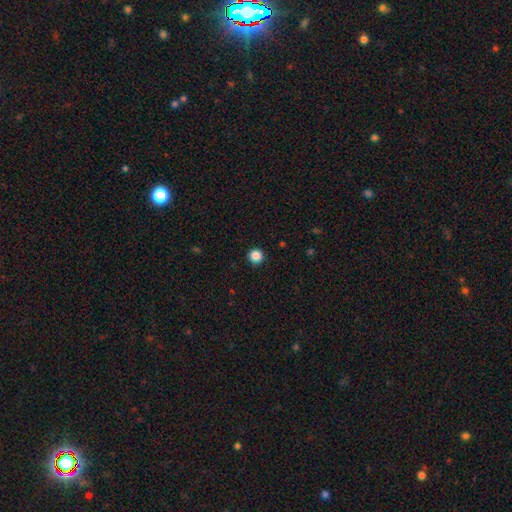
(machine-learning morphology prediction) smooth_or_featured: smooth (p=0.86) [alt: star or artifact p=0.11]
how_rounded: round (p=0.96) [alt: in between p=0.03]
merging: none (p=0.93) [alt: minor disturbance p=0.05]